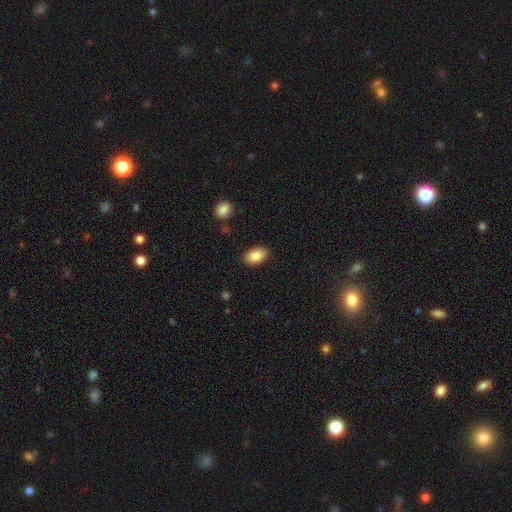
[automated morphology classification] Overall: smooth (84%). How rounded: in between (91%). Merging: none (88%).